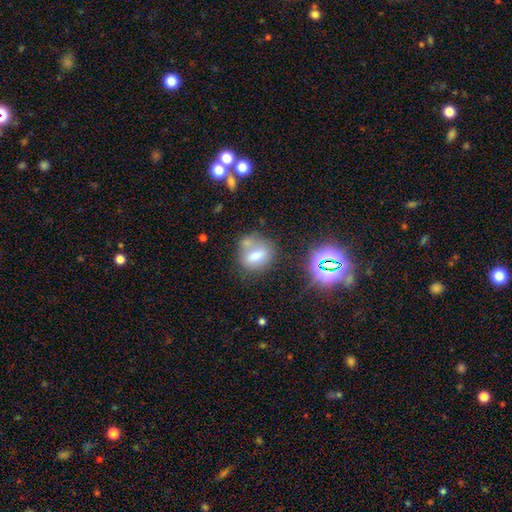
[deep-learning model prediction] A smooth galaxy with no disk features (63%) that is round (60%). Merging: none (52%).